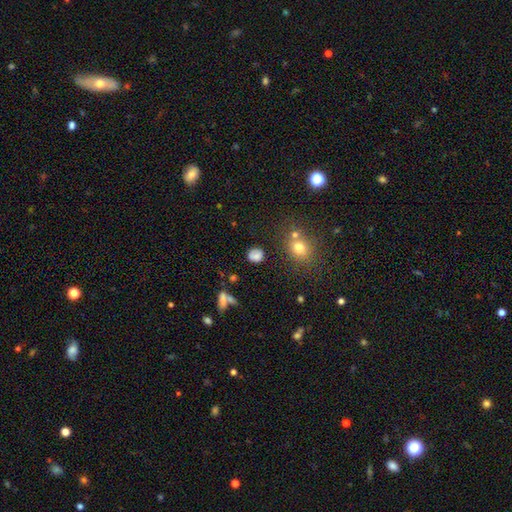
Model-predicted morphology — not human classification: A smooth galaxy with no disk features (76%) that is round (74%). Merging: none (74%).